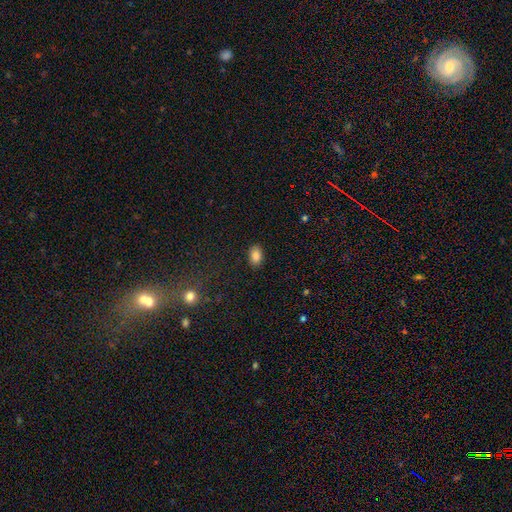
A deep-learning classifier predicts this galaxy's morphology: smooth_or_featured: smooth (p=0.85) [alt: star or artifact p=0.09]
how_rounded: in between (p=0.88) [alt: round p=0.11]
merging: none (p=0.88) [alt: minor disturbance p=0.08]